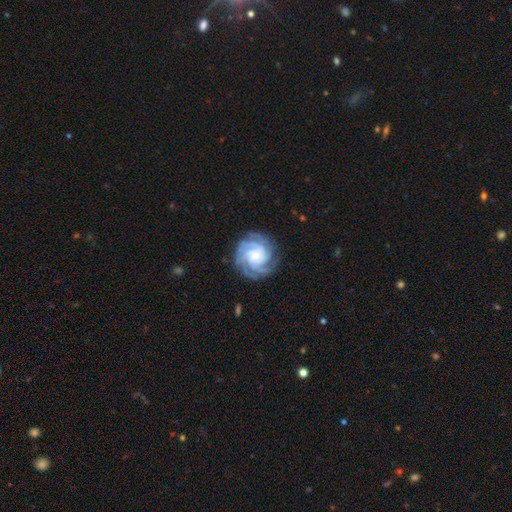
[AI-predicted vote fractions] A featured or disk galaxy (86%) with no bar (76%), 4 (36%) tight (73%) spiral arms (98%) and a small central bulge (73%).

Vote fractions:
- Smooth or featured? featured or disk: 86% / smooth: 8% / star or artifact: 6%
- Edge-on disk? no: 98% / yes: 2%
- Bar? no: 76% / weak: 20% / strong: 5%
- Spiral arms? yes: 98% / no: 2%
- Spiral winding? tight: 73% / medium: 23% / loose: 4%
- Spiral arm count? 4: 36% / 3: 24% / can't tell: 16% / more than 4: 10% / 2: 8% / 1: 6%
- Bulge size? small: 73% / moderate: 18% / none: 4% / large: 3% / dominant: 1%
- Merging? none: 82% / minor disturbance: 13% / major disturbance: 5% / merger: 1%